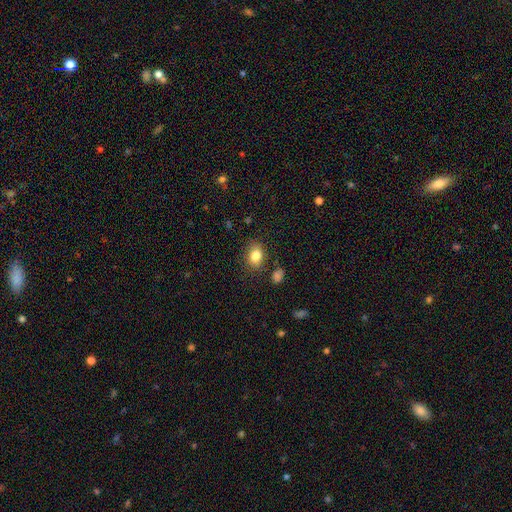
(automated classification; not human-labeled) smooth 84%, star or artifact 10%, featured or disk 7%. Down the decision tree: how rounded — in between (66%); merging — none (79%).